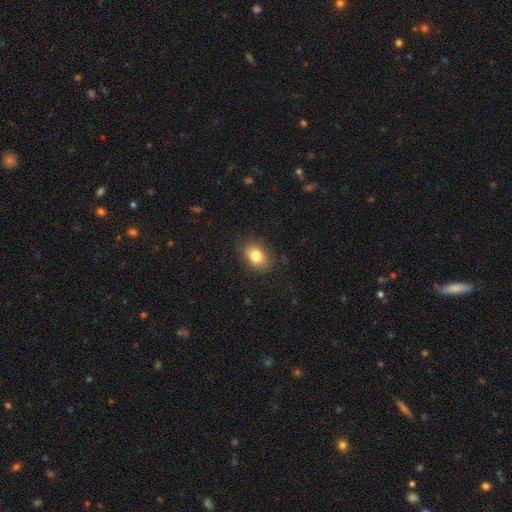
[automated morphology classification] smooth-or-featured: smooth: 82% | star or artifact: 9% | featured or disk: 9%
  how-rounded: in between: 74% | round: 25% | cigar-shaped: 1%
  merging: none: 83% | minor disturbance: 12% | major disturbance: 3% | merger: 1%